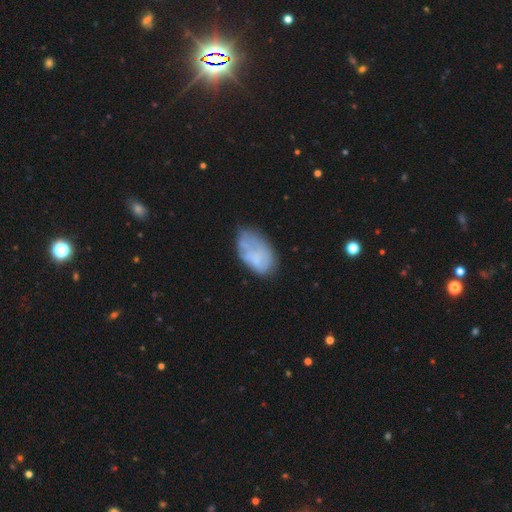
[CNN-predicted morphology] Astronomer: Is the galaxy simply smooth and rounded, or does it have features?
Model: smooth — 57% (runner-up: featured or disk, 34%).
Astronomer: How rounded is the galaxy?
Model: in between — 93%.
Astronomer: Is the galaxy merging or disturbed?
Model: none — 46% (runner-up: minor disturbance, 32%).